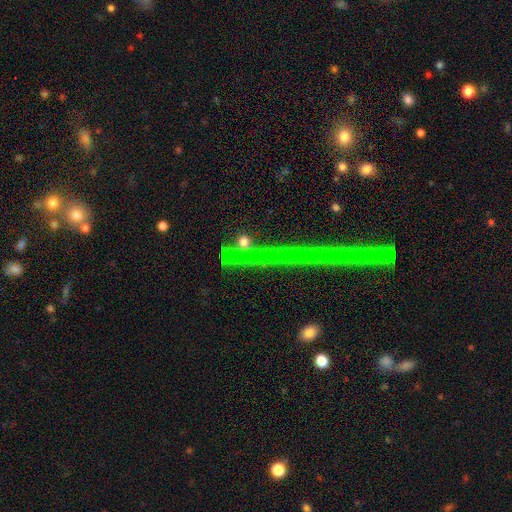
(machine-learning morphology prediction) Smooth or featured: star or artifact — 66% (featured or disk — 22%)